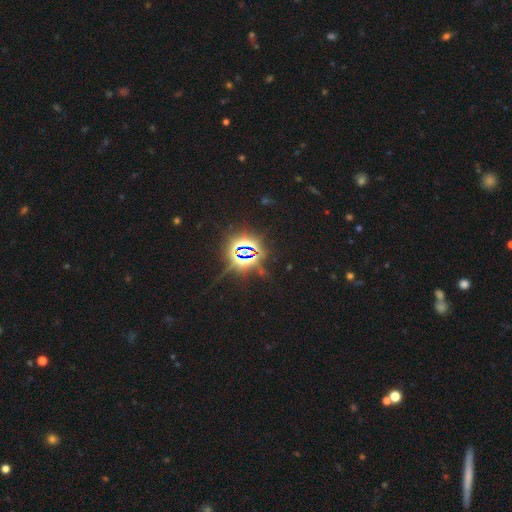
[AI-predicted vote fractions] star or artifact 85%, smooth 9%, featured or disk 6%.